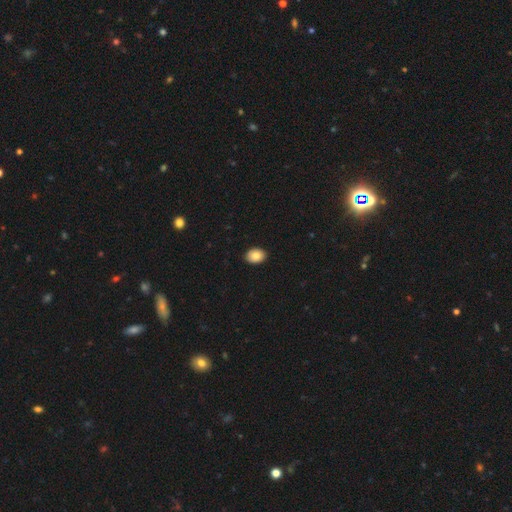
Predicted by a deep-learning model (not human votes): Smooth or featured? Predicted: smooth (p=0.82). How rounded? Predicted: in between (p=0.74). Merging? Predicted: none (p=0.91).